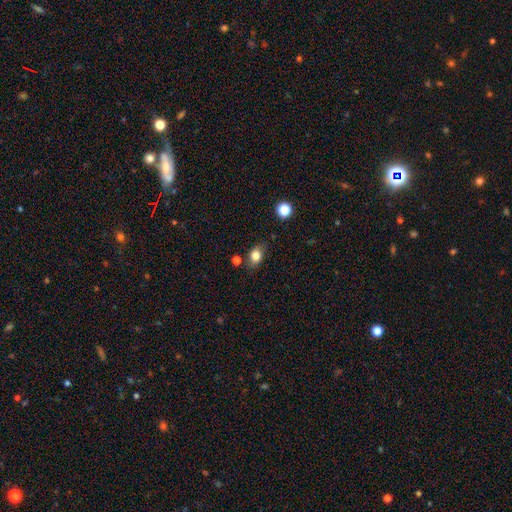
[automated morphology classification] Smooth or featured: smooth — 80% (featured or disk — 10%)
How rounded: in between — 76% (round — 22%)
Merging: none — 77% (minor disturbance — 16%)